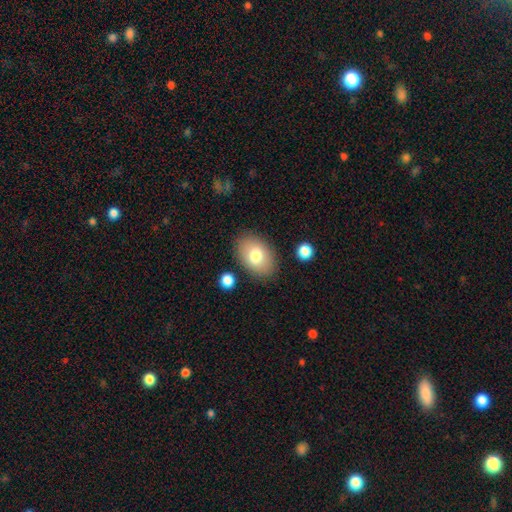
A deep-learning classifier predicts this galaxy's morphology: Smooth or featured? smooth (78%)
How rounded? in between (88%)
Merging? none (84%)